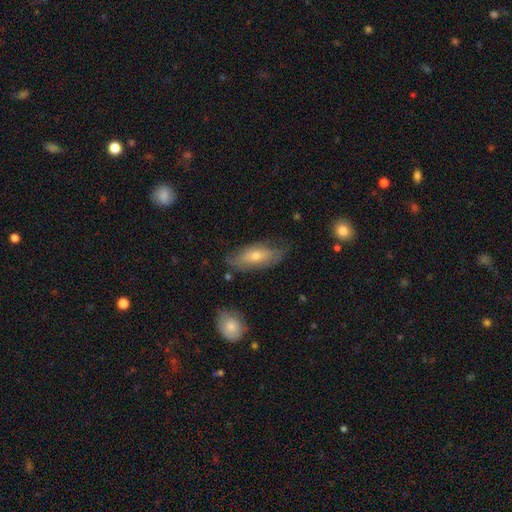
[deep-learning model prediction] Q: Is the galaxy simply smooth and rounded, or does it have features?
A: smooth — 52%.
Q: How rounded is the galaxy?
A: in between — 76%.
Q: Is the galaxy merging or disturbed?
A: none — 65%.